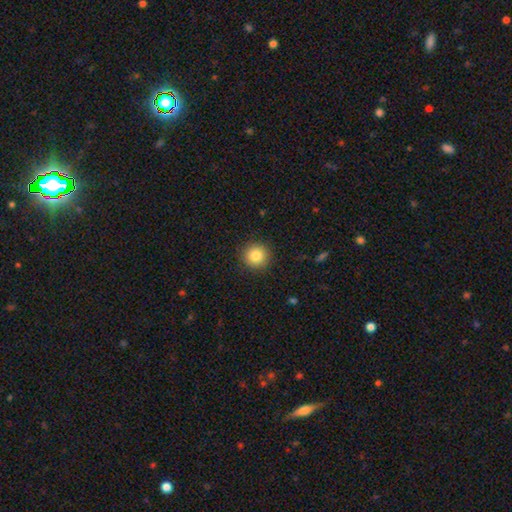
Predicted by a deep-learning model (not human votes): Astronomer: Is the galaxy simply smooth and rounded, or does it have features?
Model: smooth — 84%.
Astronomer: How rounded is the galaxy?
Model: round — 94%.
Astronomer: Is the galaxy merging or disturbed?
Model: none — 91%.